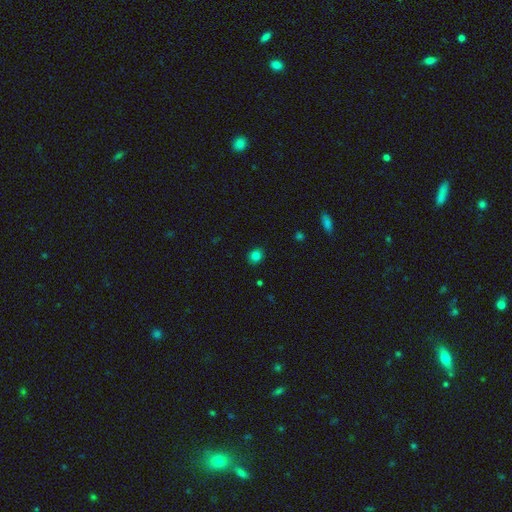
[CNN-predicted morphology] Q: Smooth or featured?
A: smooth (82%); runner-up: star or artifact (13%)
Q: How rounded?
A: round (72%); runner-up: in between (27%)
Q: Merging?
A: none (89%); runner-up: minor disturbance (8%)